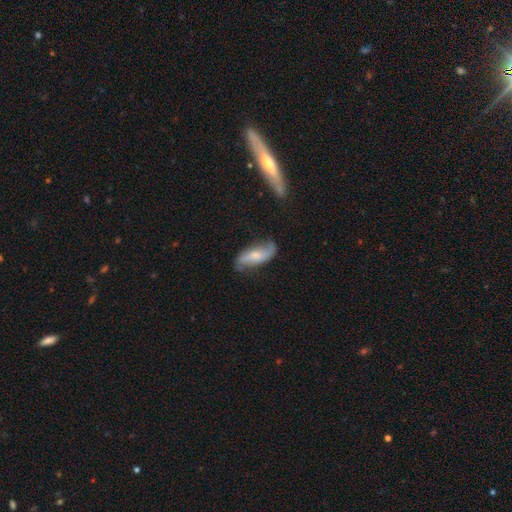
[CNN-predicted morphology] Smooth or featured? Predicted: featured or disk (p=0.57). Edge-on disk? Predicted: no (p=0.88). Bar? Predicted: no (p=0.46). Spiral arms? Predicted: yes (p=0.89). Bulge size? Predicted: small (p=0.48). Merging? Predicted: none (p=0.64).